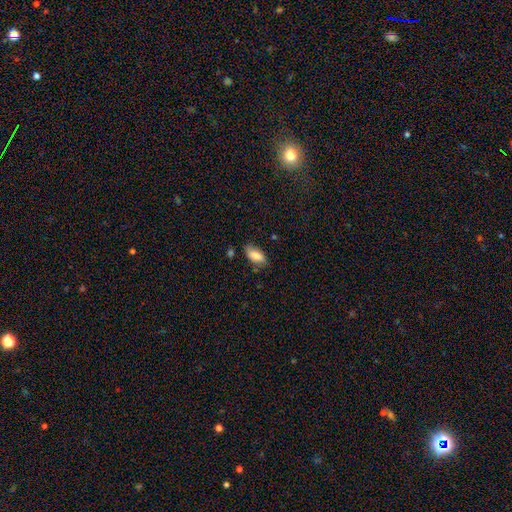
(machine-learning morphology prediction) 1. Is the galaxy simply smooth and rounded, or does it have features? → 81% smooth, 12% featured or disk, 7% star or artifact.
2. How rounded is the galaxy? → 90% in between, 7% cigar-shaped, 3% round.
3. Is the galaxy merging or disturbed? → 73% none, 21% minor disturbance, 4% major disturbance, 3% merger.